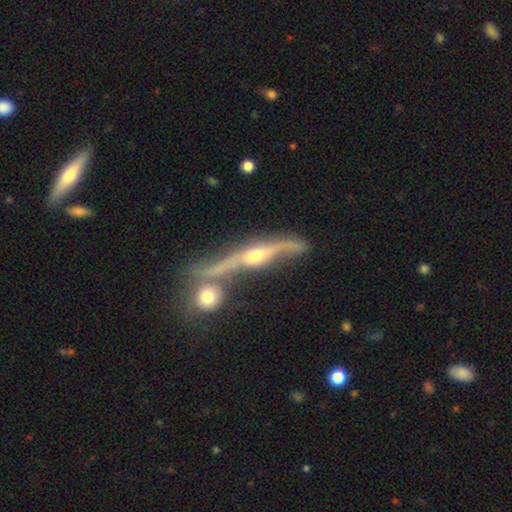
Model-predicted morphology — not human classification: Smooth or featured? featured or disk (81%)
Edge-on disk? yes (83%)
Edge-on bulge? rounded (91%)
Merging? none (53%)